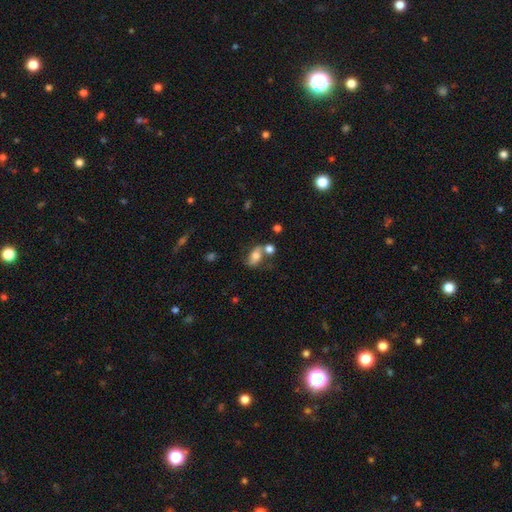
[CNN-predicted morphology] The model was most divided on "smooth or featured": smooth: 51%, featured or disk: 38%, star or artifact: 11%. Remaining: how rounded — in between (80%); merging — none (45%).